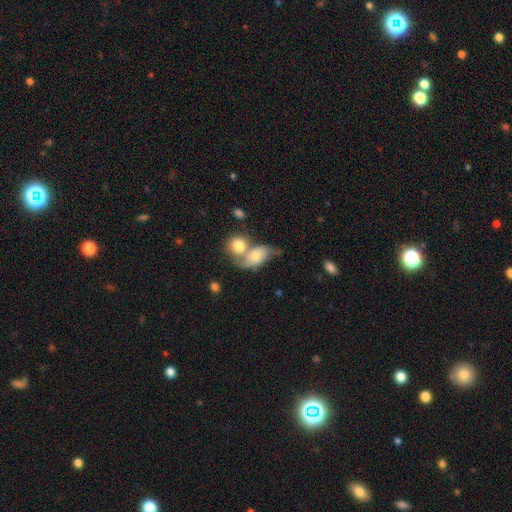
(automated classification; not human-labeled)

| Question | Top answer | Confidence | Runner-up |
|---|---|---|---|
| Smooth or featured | smooth | 62% | featured or disk (31%) |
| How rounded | in between | 78% | round (18%) |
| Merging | merger | 55% | none (23%) |